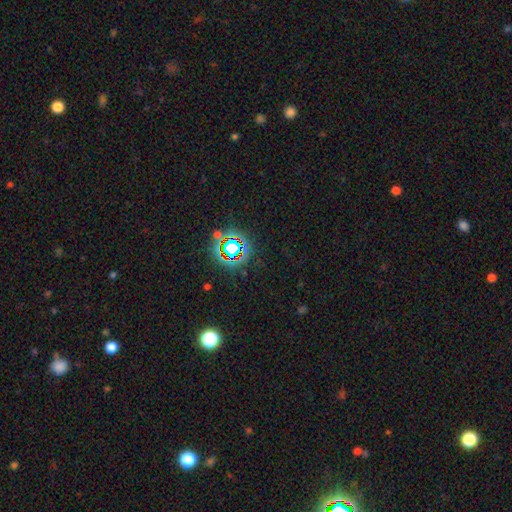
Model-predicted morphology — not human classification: Overall: star or artifact (78%).